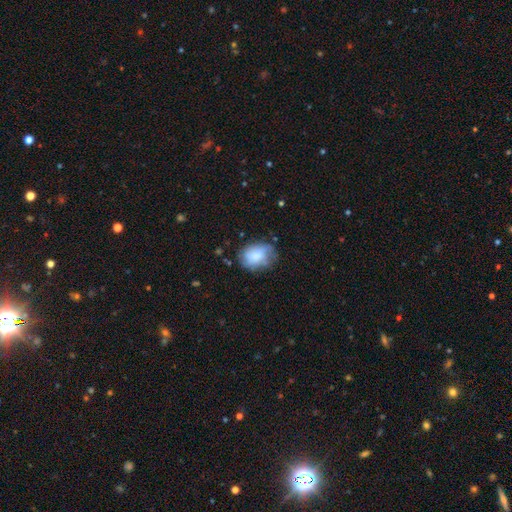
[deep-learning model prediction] Q: Smooth or featured?
A: smooth (73%); runner-up: featured or disk (19%)
Q: How rounded?
A: in between (67%); runner-up: round (32%)
Q: Merging?
A: none (59%); runner-up: minor disturbance (29%)